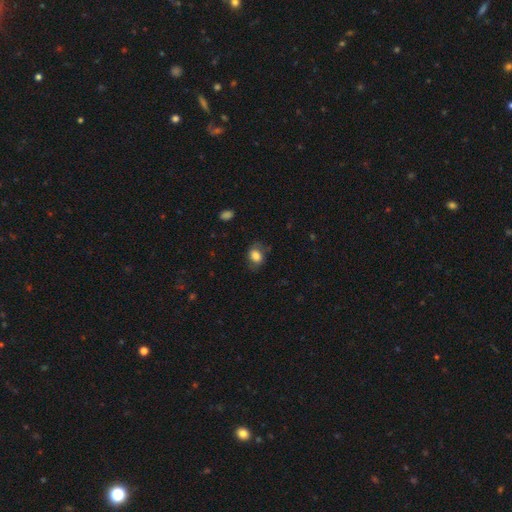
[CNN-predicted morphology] smooth-or-featured: smooth: 79% | featured or disk: 12% | star or artifact: 8%
  how-rounded: in between: 65% | round: 34% | cigar-shaped: 1%
  merging: none: 68% | minor disturbance: 22% | major disturbance: 9% | merger: 1%